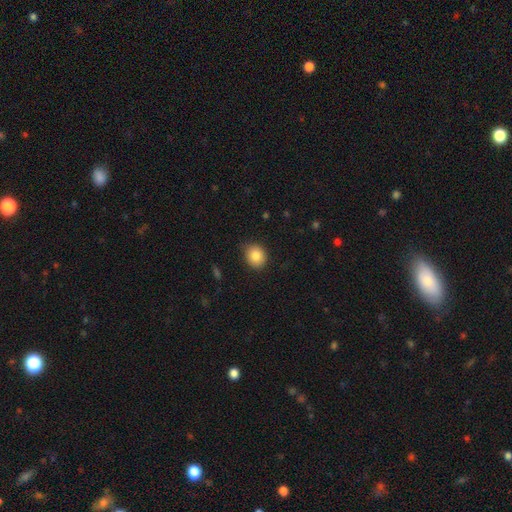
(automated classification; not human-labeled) smooth_or_featured: smooth (p=0.84) [alt: star or artifact p=0.09]
how_rounded: round (p=0.70) [alt: in between p=0.29]
merging: none (p=0.81) [alt: minor disturbance p=0.15]